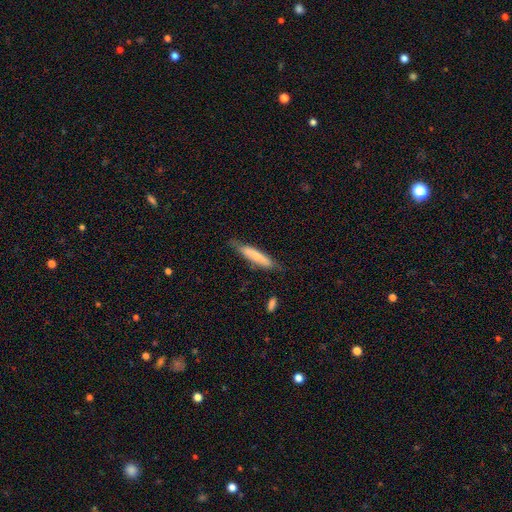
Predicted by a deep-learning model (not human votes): This appears to be a smooth galaxy with no disk features (68%) that is cigar-shaped (86%). Merging: none (73%).